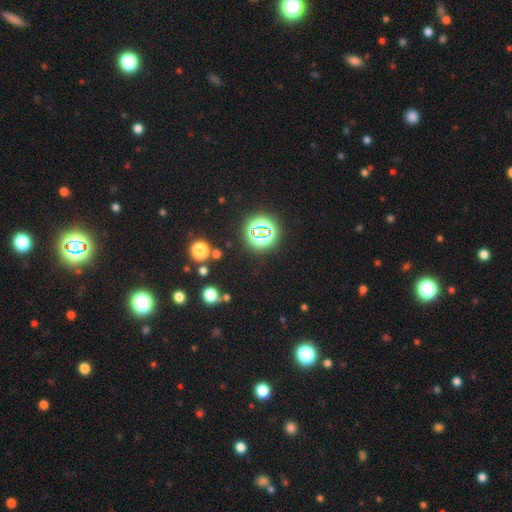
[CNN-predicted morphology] This is likely a star or artifact rather than a galaxy (78%).